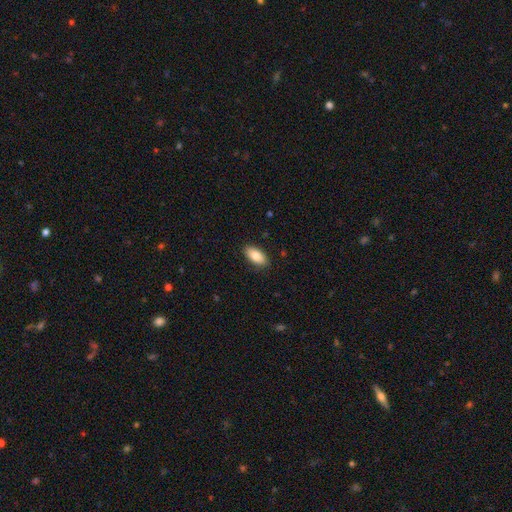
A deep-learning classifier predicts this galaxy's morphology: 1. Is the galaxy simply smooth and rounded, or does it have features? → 84% smooth, 9% featured or disk, 7% star or artifact.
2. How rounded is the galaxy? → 91% in between, 7% cigar-shaped, 2% round.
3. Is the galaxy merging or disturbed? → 87% none, 10% minor disturbance, 2% major disturbance, 1% merger.